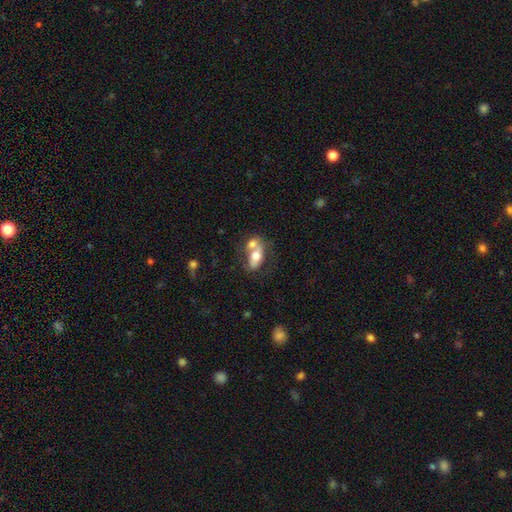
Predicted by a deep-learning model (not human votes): Q: Smooth or featured?
A: smooth (58%); runner-up: featured or disk (35%)
Q: How rounded?
A: in between (83%); runner-up: round (10%)
Q: Merging?
A: merger (56%); runner-up: none (27%)